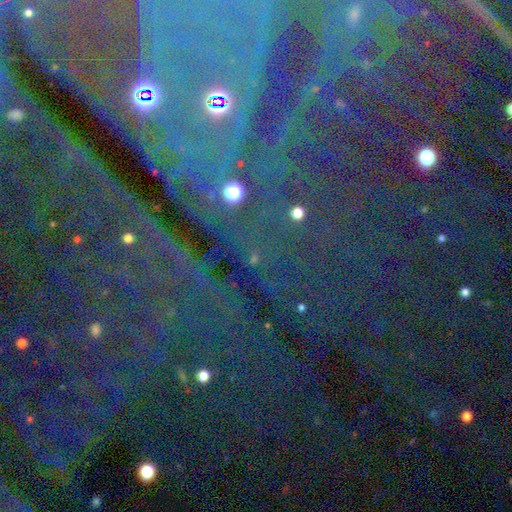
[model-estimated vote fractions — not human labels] Smooth or featured? star or artifact (79%)